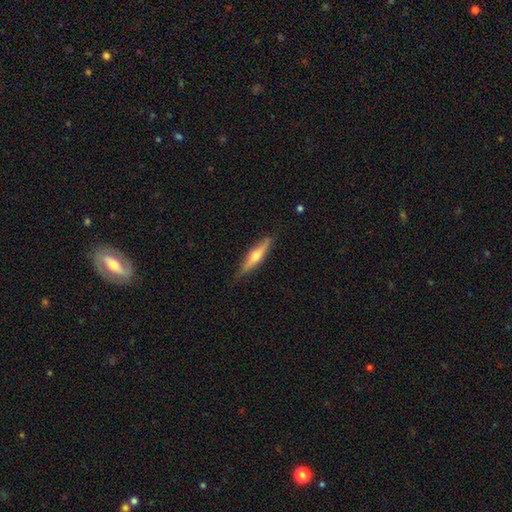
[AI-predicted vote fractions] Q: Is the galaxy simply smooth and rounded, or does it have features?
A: featured or disk — 51%.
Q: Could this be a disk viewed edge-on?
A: yes — 93%.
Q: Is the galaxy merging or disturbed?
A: none — 84%.